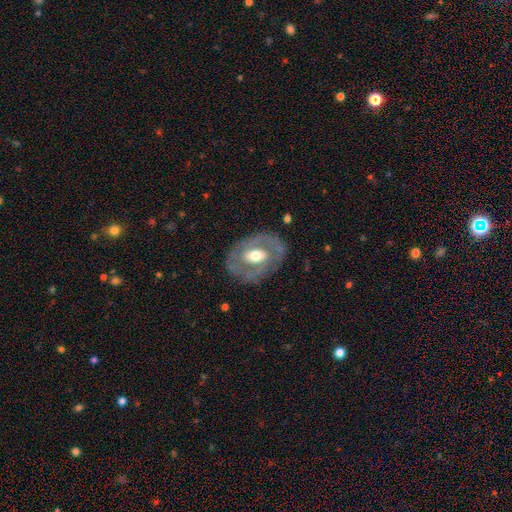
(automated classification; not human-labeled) This appears to be a featured or disk galaxy (67%) with no bar (50%), no spiral arms (57%) and a moderate central bulge (65%). Merging: none (78%).